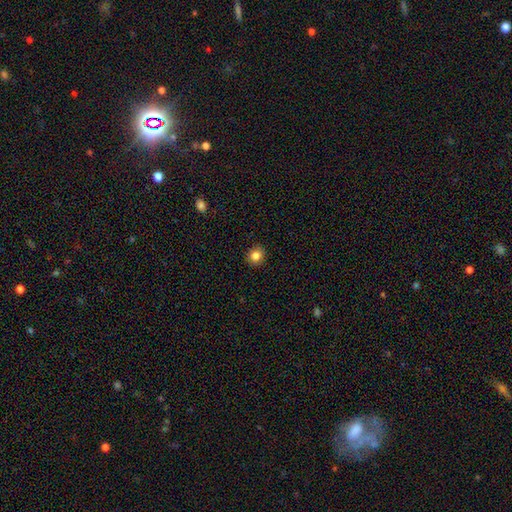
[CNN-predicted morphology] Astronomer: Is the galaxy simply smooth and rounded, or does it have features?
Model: smooth — 83%.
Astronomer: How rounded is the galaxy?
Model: round — 84%.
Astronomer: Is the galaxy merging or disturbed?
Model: none — 90%.